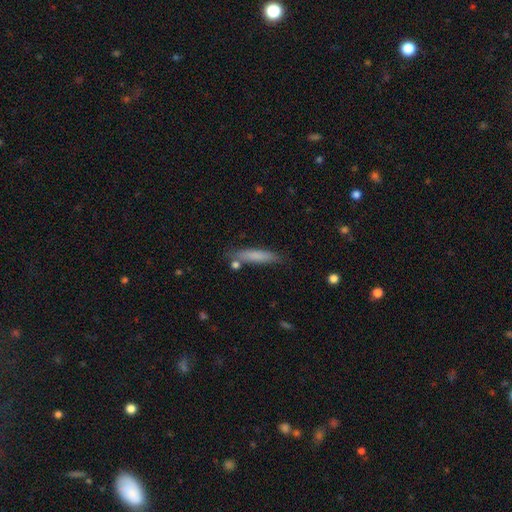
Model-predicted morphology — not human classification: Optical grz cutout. It shows a smooth galaxy with no disk features (76%) that is cigar-shaped (88%). Merging: none (78%).